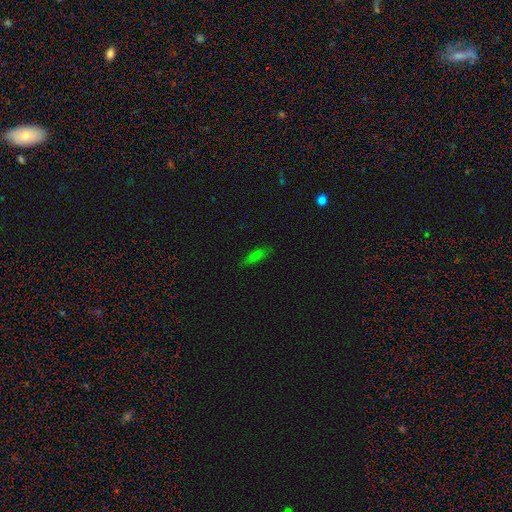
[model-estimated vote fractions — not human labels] Overall: smooth (76%). How rounded: in between (52%; cigar-shaped 45%). Merging: none (79%).